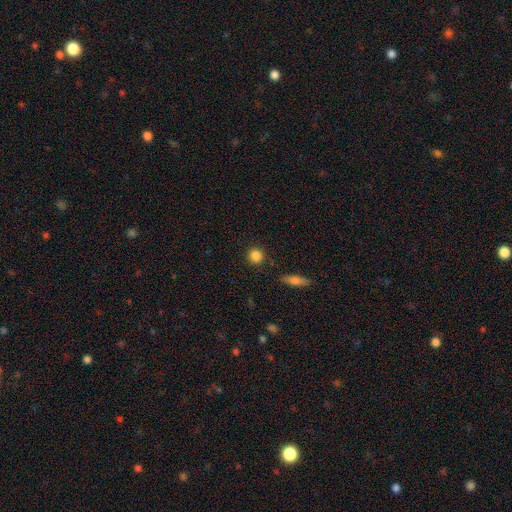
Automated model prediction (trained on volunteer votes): Q: Smooth or featured?
A: smooth (85%); runner-up: star or artifact (10%)
Q: How rounded?
A: round (92%); runner-up: in between (7%)
Q: Merging?
A: none (88%); runner-up: minor disturbance (7%)